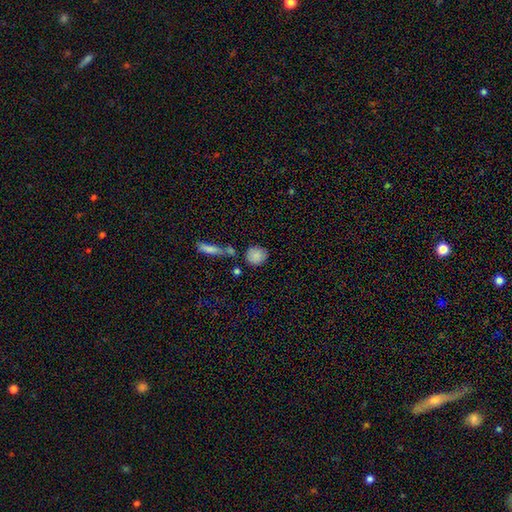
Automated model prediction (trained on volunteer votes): Smooth or featured? Predicted: smooth (p=0.84). How rounded? Predicted: round (p=0.82). Merging? Predicted: none (p=0.70).